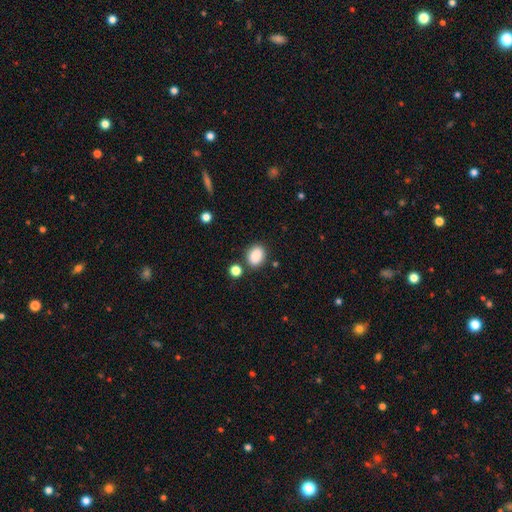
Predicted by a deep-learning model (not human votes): smooth 87%, star or artifact 9%, featured or disk 4%. Down the decision tree: how rounded — in between (62%); merging — none (79%).